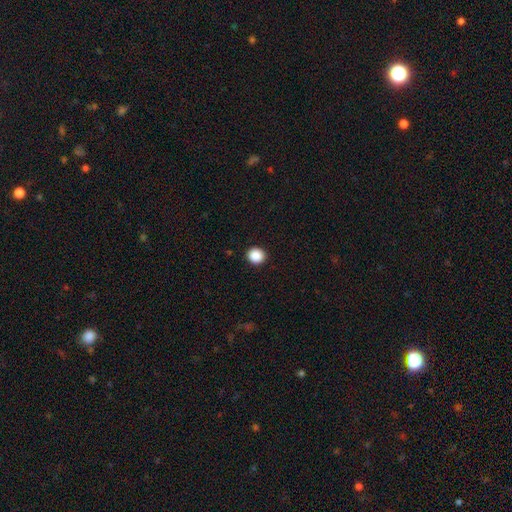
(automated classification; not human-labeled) The model was most divided on "smooth or featured": smooth: 89%, star or artifact: 9%, featured or disk: 2%. More confident: merging — none (93%); how rounded — round (90%).